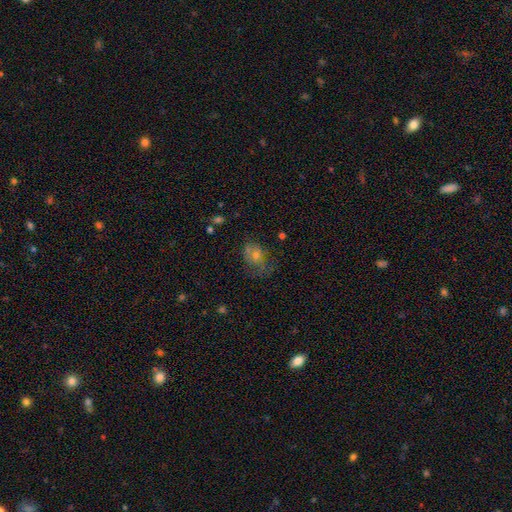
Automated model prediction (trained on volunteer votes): Q: Smooth or featured?
A: smooth (48%); runner-up: featured or disk (32%)
Q: Merging?
A: none (51%); runner-up: minor disturbance (25%)